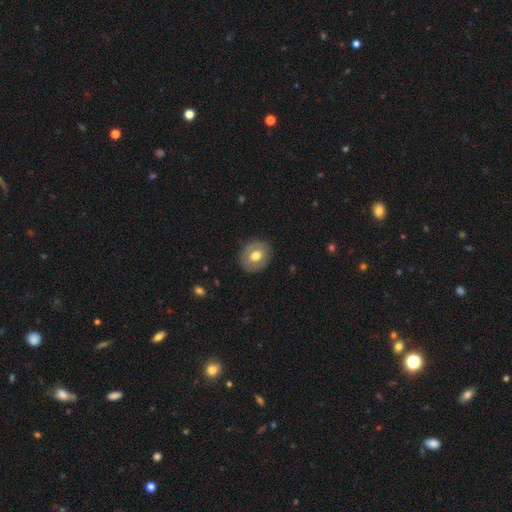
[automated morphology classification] type=smooth (59%); roundness=round (71%); merging=none (85%).